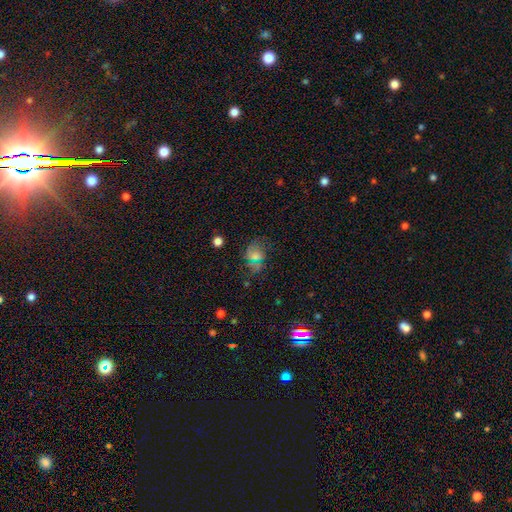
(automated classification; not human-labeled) Overall: star or artifact (34%, tied with smooth).